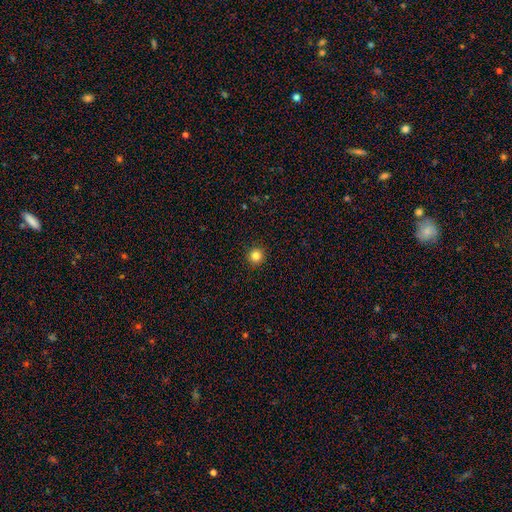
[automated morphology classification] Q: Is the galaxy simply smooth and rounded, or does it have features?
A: smooth — 83%.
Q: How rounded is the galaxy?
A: round — 95%.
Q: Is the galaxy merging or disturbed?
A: none — 93%.